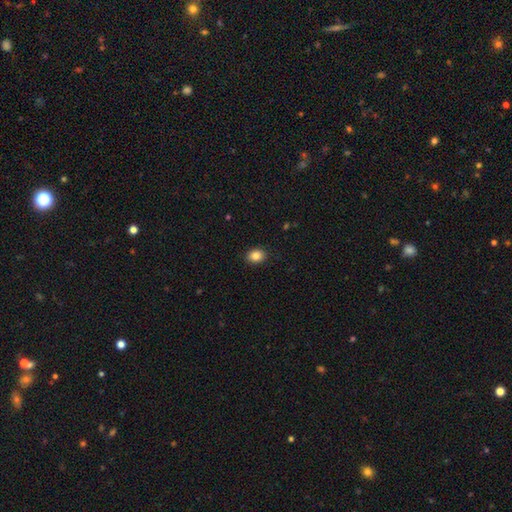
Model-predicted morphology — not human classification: Smooth or featured?
  - smooth: 86% *
  - star or artifact: 9%
  - featured or disk: 4%
How rounded?
  - in between: 55% *
  - round: 44%
  - cigar-shaped: 1%
Merging?
  - none: 90% *
  - minor disturbance: 7%
  - major disturbance: 2%
  - merger: 1%